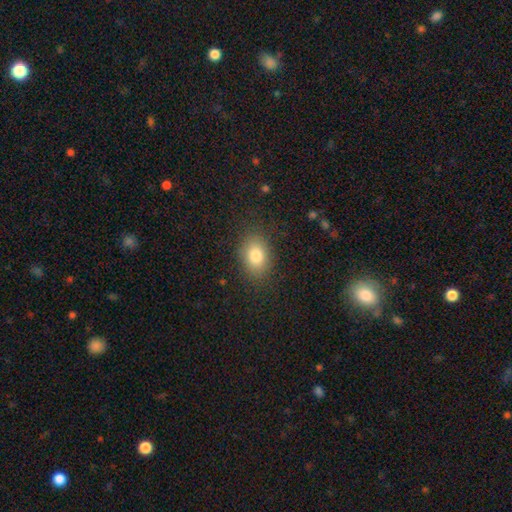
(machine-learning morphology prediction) Smooth or featured?
  - smooth: 80% *
  - star or artifact: 10%
  - featured or disk: 10%
How rounded?
  - in between: 74% *
  - round: 24%
  - cigar-shaped: 1%
Merging?
  - none: 84% *
  - minor disturbance: 11%
  - major disturbance: 4%
  - merger: 1%